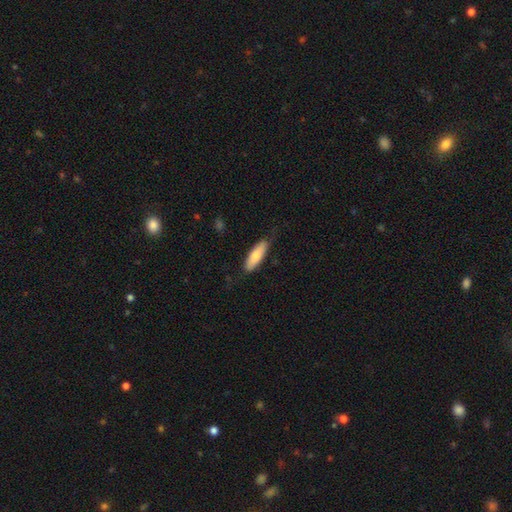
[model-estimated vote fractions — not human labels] smooth-or-featured: smooth: 76% | featured or disk: 18% | star or artifact: 5%
  how-rounded: in between: 51% | cigar-shaped: 47% | round: 2%
  merging: none: 76% | minor disturbance: 19% | major disturbance: 4% | merger: 1%